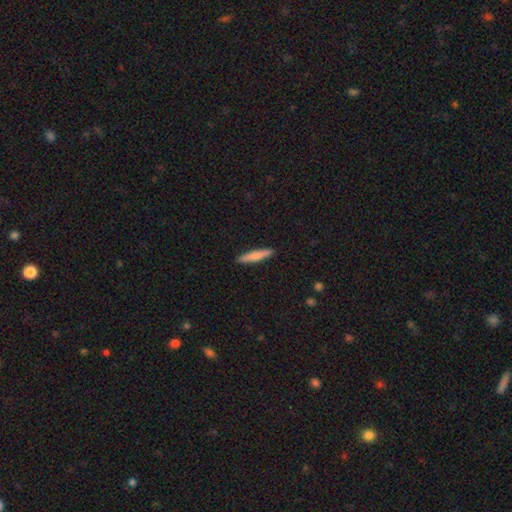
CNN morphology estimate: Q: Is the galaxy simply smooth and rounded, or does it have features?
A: smooth — 76%.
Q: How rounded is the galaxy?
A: cigar-shaped — 91%.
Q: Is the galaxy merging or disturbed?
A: none — 90%.